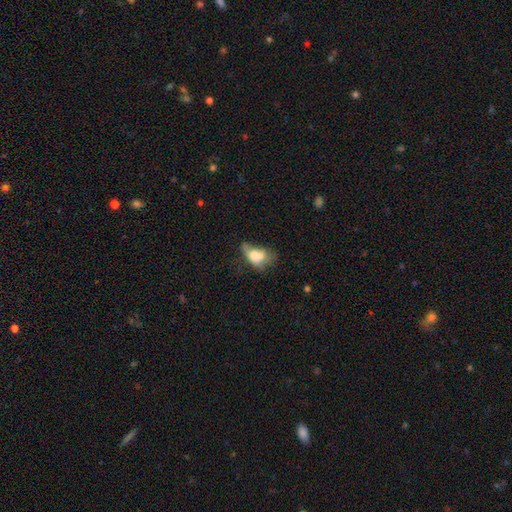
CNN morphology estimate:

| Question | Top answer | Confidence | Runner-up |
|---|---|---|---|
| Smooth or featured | smooth | 60% | featured or disk (29%) |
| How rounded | in between | 81% | round (17%) |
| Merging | major disturbance | 37% | minor disturbance (24%) |